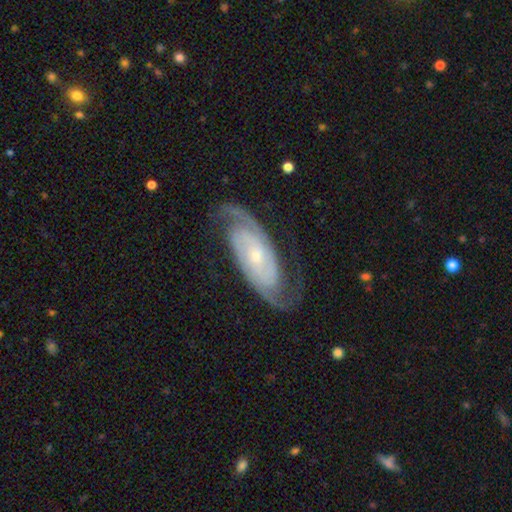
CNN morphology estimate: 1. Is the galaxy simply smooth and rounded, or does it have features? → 91% featured or disk, 5% smooth, 4% star or artifact.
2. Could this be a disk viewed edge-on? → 95% no, 5% yes.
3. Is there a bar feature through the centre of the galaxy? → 62% no, 27% weak, 11% strong.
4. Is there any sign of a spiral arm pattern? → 98% yes, 2% no.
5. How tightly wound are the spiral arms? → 56% tight, 36% medium, 8% loose.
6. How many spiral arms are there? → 85% 2, 5% 3, 5% can't tell, 2% 4, 2% 1, 2% more than 4.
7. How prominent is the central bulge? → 71% small, 24% moderate, 2% none, 2% large, 1% dominant.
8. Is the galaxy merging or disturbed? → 78% none, 15% minor disturbance, 6% major disturbance, 1% merger.